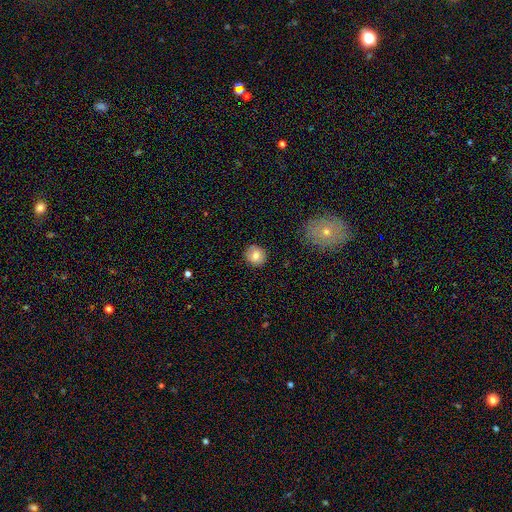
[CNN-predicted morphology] The model was most divided on "smooth or featured": smooth: 81%, featured or disk: 10%, star or artifact: 9%. More confident: how rounded — round (88%); merging — none (88%).